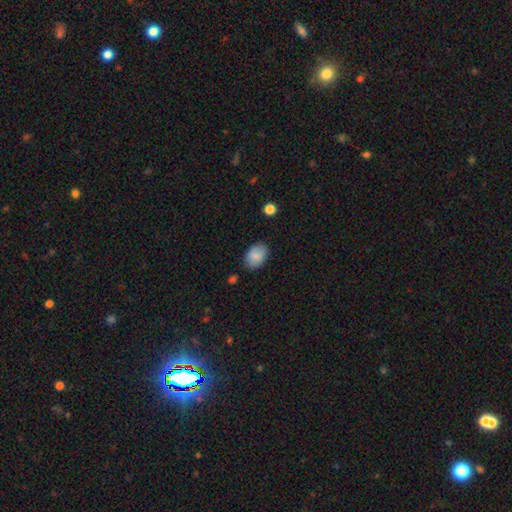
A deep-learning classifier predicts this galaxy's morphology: Smooth or featured?
  - smooth: 85% *
  - featured or disk: 8%
  - star or artifact: 7%
How rounded?
  - in between: 84% *
  - round: 15%
  - cigar-shaped: 1%
Merging?
  - none: 79% *
  - minor disturbance: 16%
  - major disturbance: 3%
  - merger: 2%